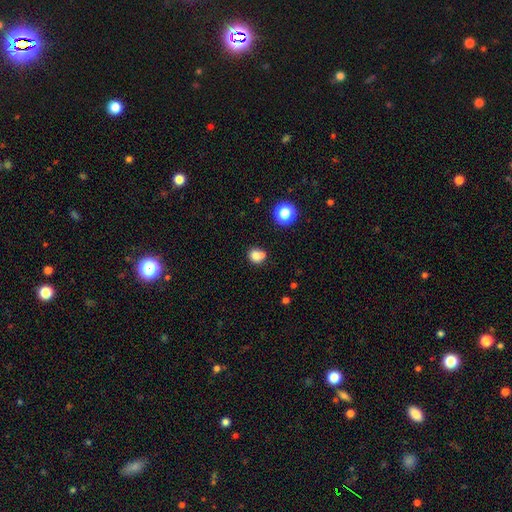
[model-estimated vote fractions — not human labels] smooth 76%, star or artifact 12%, featured or disk 11%. Down the decision tree: how rounded — round (76%); merging — none (47%).